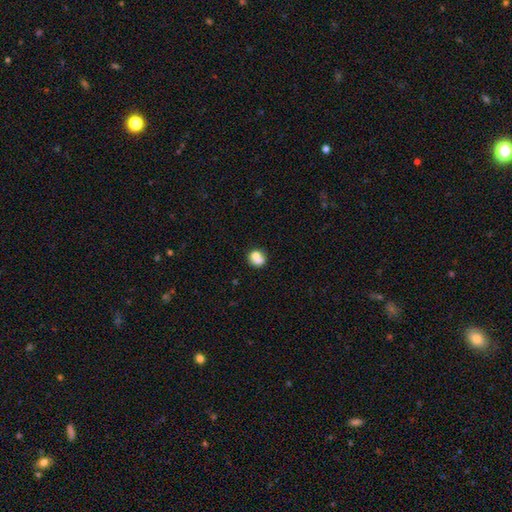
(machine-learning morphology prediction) The model was most divided on "merging" (2-way tie): none: 40%, merger: 40%, minor disturbance: 14%, major disturbance: 6%. More confident: how rounded — round (74%); smooth or featured — smooth (73%).